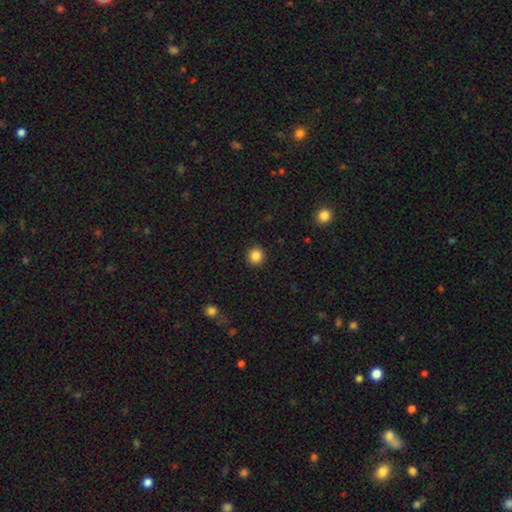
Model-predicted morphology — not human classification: smooth 86%, star or artifact 11%, featured or disk 4%. Down the decision tree: how rounded — round (95%); merging — none (93%).